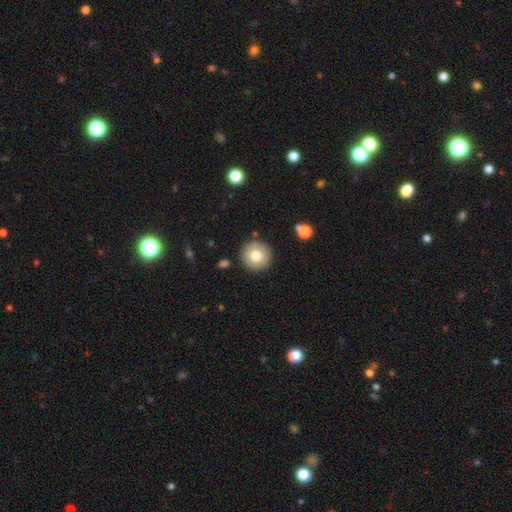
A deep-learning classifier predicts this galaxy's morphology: Smooth or featured? smooth (77%)
How rounded? round (96%)
Merging? none (89%)